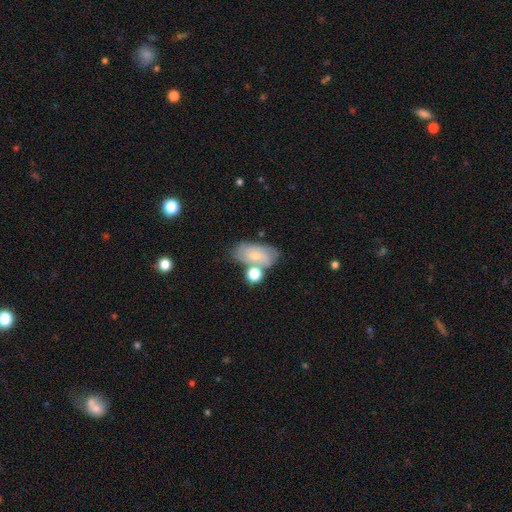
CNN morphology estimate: A featured or disk galaxy (50%). Merging: none (48%).